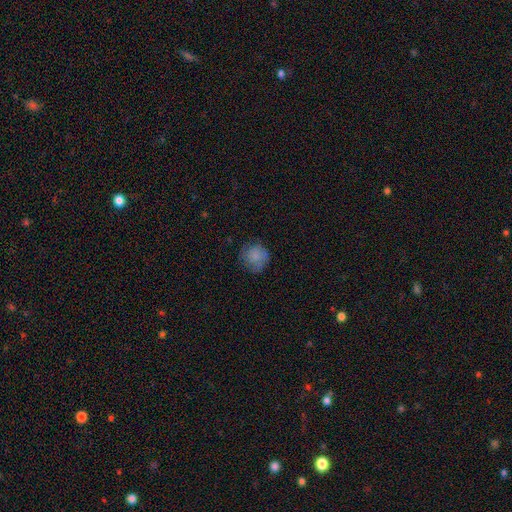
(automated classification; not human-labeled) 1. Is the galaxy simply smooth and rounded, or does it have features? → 79% smooth, 13% featured or disk, 9% star or artifact.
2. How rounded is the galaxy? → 90% round, 9% in between, 1% cigar-shaped.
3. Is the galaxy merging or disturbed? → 72% none, 20% minor disturbance, 7% major disturbance, 1% merger.